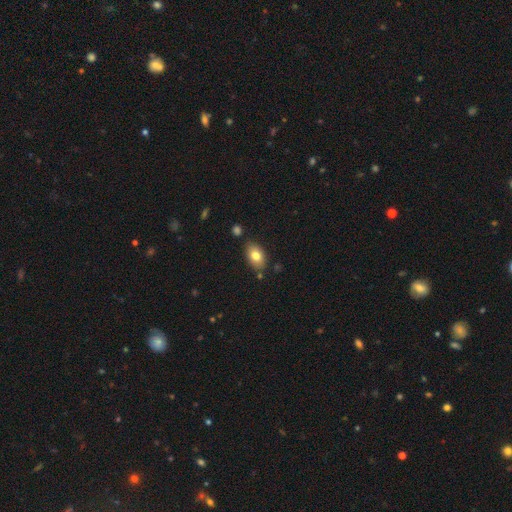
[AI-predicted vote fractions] Smooth or featured? Predicted: smooth (p=0.79). How rounded? Predicted: in between (p=0.88). Merging? Predicted: none (p=0.79).